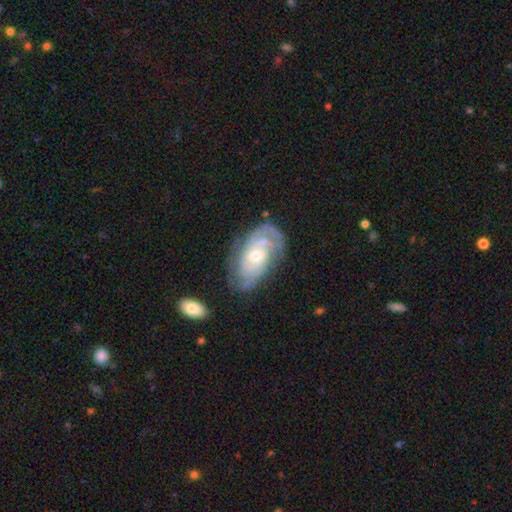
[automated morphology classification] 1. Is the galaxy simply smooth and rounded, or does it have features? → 84% featured or disk, 10% smooth, 6% star or artifact.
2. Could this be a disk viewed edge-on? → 96% no, 4% yes.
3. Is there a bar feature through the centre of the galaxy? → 62% no, 32% weak, 6% strong.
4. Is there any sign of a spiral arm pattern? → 95% yes, 5% no.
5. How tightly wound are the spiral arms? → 63% tight, 29% medium, 7% loose.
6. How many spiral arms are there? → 31% 2, 30% can't tell, 22% 3, 8% 4, 5% 1, 4% more than 4.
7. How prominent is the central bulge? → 50% moderate, 46% small, 2% large, 1% none, 1% dominant.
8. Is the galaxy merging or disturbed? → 69% none, 20% minor disturbance, 7% major disturbance, 4% merger.